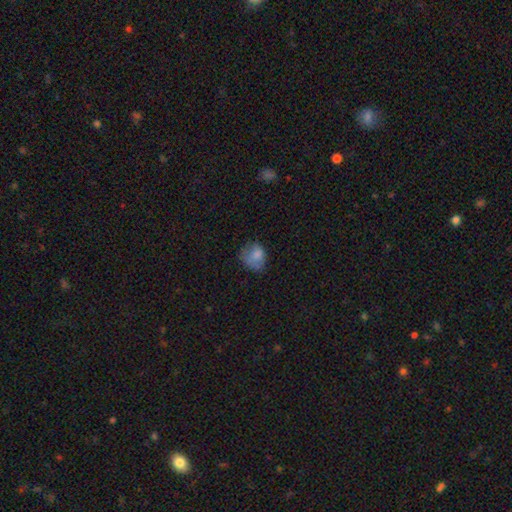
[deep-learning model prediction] This is likely a smooth galaxy (75%). How rounded: possibly round (54%). Merging: marginally none (45%).